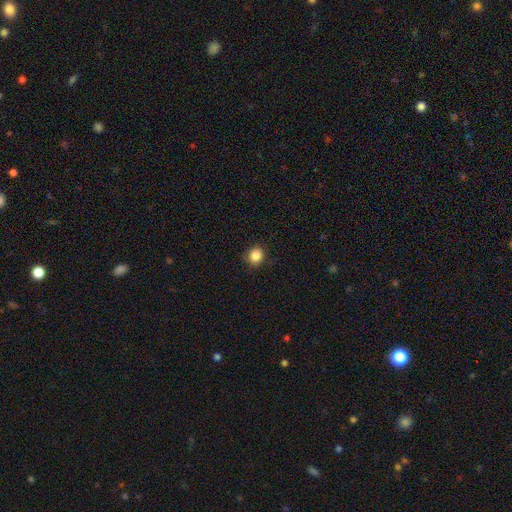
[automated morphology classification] Overall: smooth (85%). How rounded: round (82%). Merging: none (90%).